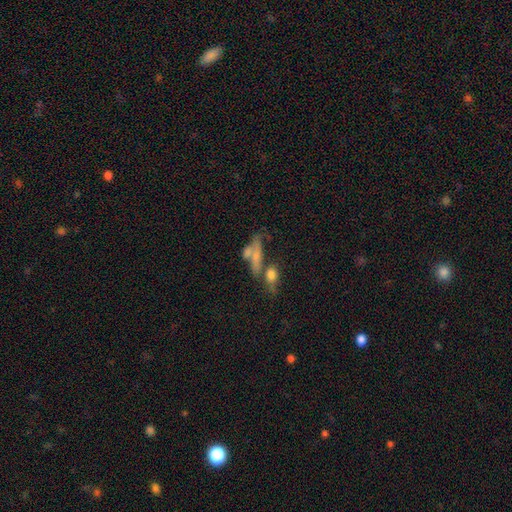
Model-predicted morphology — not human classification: smooth_or_featured: smooth (p=0.56) [alt: featured or disk p=0.31]
how_rounded: in between (p=0.51) [alt: cigar-shaped p=0.40]
merging: merger (p=0.44) [alt: none p=0.30]